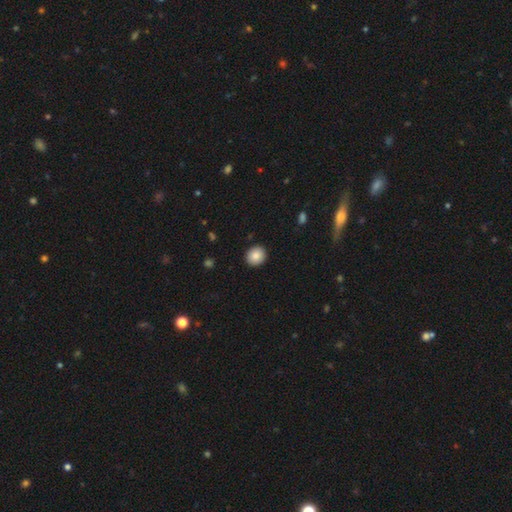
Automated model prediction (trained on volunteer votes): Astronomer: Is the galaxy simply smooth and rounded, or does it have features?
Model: smooth — 87%.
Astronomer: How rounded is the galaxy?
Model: round — 86%.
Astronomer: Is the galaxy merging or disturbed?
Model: none — 92%.